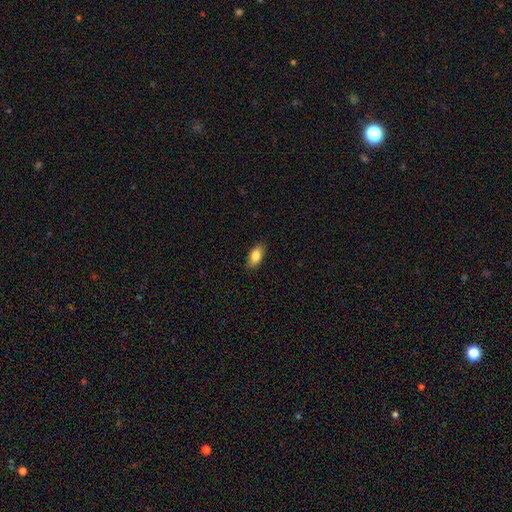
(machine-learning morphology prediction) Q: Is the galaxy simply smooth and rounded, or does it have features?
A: smooth — 84%.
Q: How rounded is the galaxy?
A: in between — 89%.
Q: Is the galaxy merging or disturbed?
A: none — 86%.